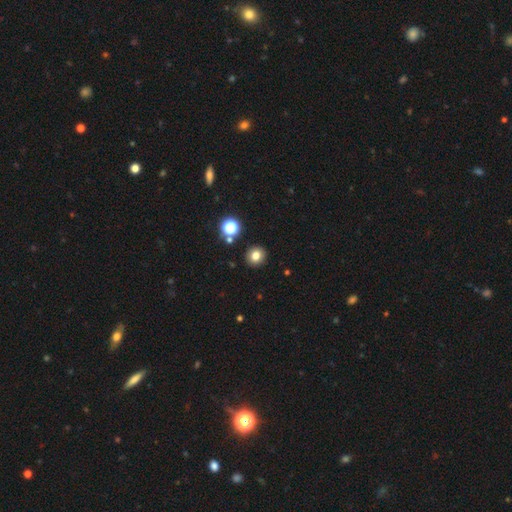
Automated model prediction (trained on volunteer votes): Smooth or featured? smooth (78%)
How rounded? round (90%)
Merging? none (90%)